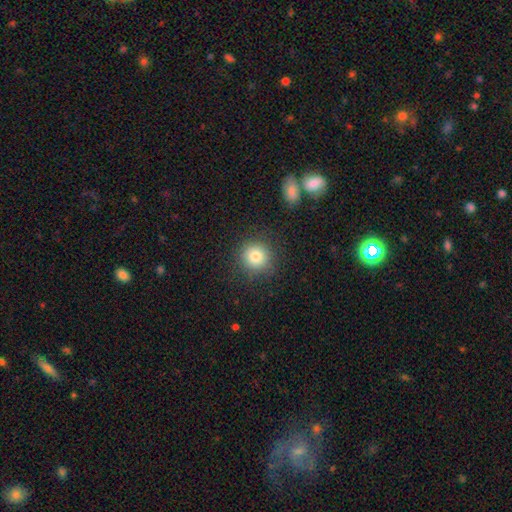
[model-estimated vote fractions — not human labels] smooth-or-featured: smooth: 82% | star or artifact: 11% | featured or disk: 7%
  how-rounded: round: 92% | in between: 7% | cigar-shaped: 1%
  merging: none: 88% | minor disturbance: 8% | major disturbance: 3% | merger: 1%